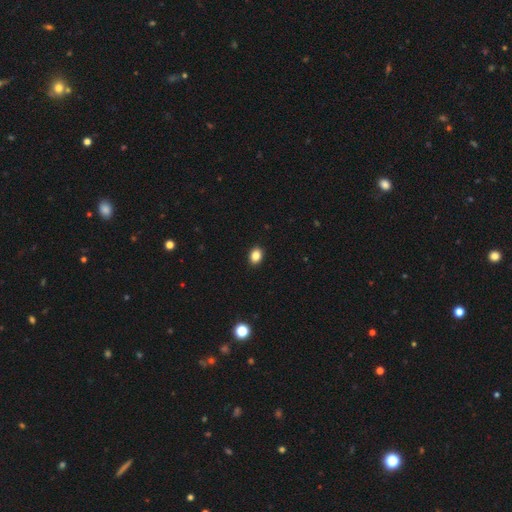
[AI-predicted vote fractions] Morphology: type=smooth (86%); roundness=in between (64%); merging=none (91%).